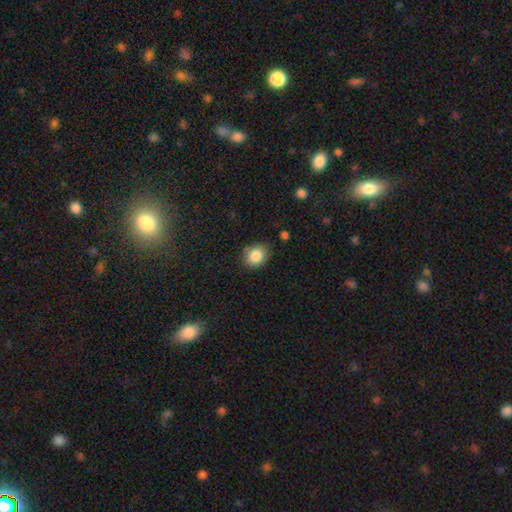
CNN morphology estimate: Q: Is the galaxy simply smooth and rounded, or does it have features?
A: smooth — 85%.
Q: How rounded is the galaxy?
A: round — 56%.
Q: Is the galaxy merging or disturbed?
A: none — 81%.